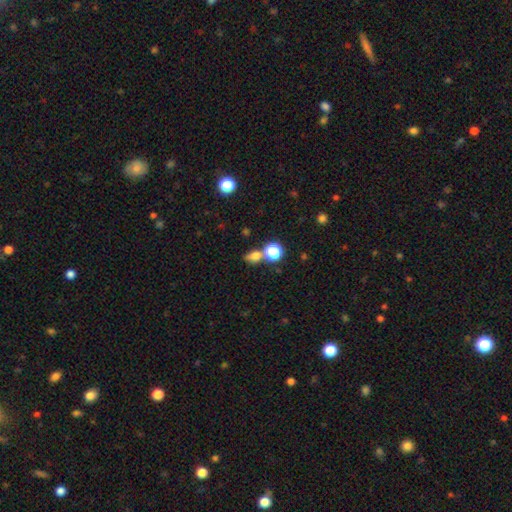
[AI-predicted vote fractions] Morphology: type=smooth (70%); roundness=in between (55%); merging=none (59%).